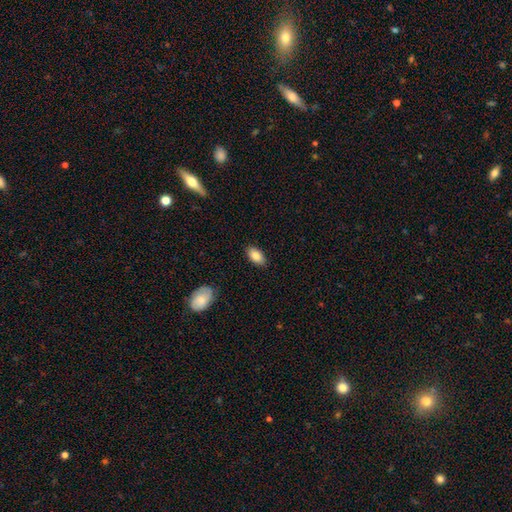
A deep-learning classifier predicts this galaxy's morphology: Smooth or featured: smooth — 86% (featured or disk — 7%)
How rounded: in between — 92% (round — 4%)
Merging: none — 87% (minor disturbance — 10%)